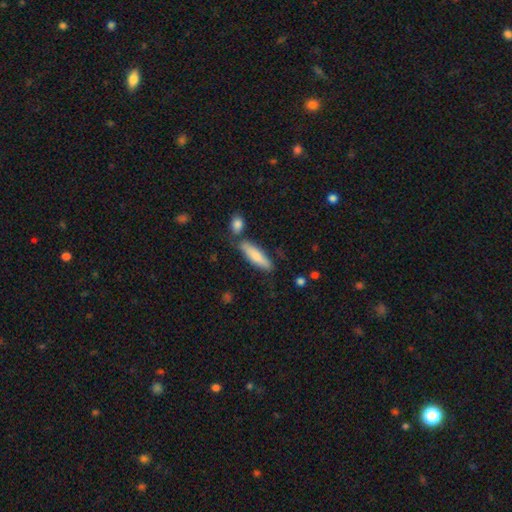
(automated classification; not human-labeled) Smooth or featured?
  - smooth: 77% *
  - featured or disk: 18%
  - star or artifact: 5%
How rounded?
  - cigar-shaped: 64% *
  - in between: 34%
  - round: 2%
Merging?
  - none: 70% *
  - minor disturbance: 15%
  - merger: 12%
  - major disturbance: 4%